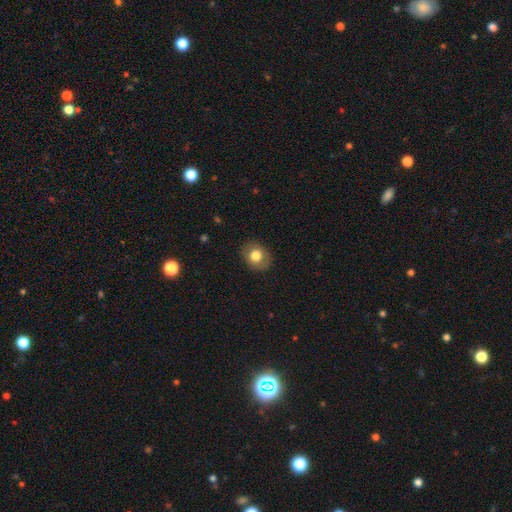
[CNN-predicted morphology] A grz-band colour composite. It shows a smooth galaxy with no disk features (76%) that is round (55%). Merging: none (86%).